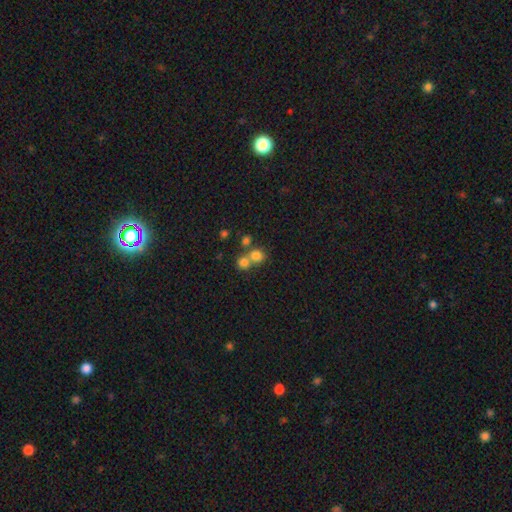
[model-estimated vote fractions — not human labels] A smooth galaxy with no disk features (76%) that is round (84%). Merging: merger (46%).